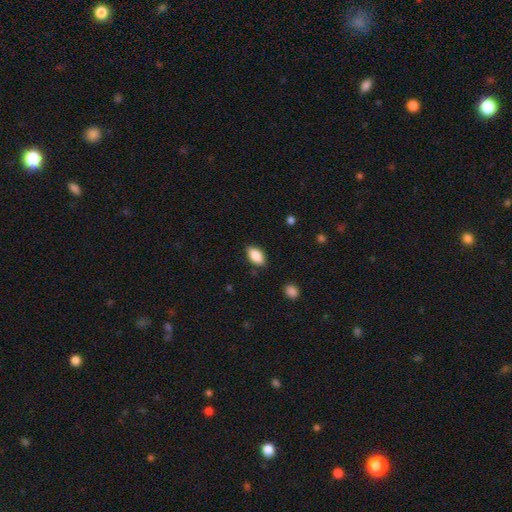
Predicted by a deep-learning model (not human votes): This appears to be a smooth galaxy with no disk features (86%) that is in between round and cigar-shaped (92%). Merging: none (85%).